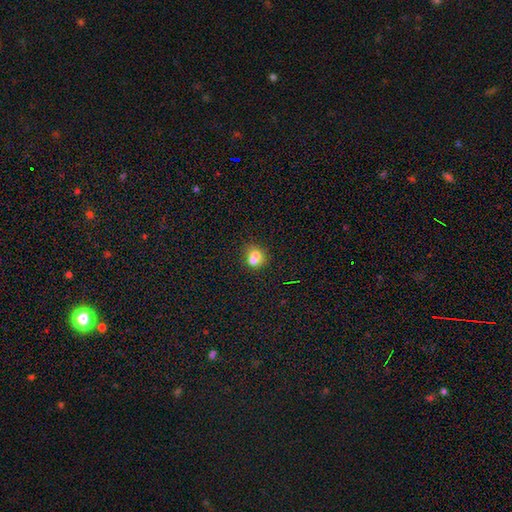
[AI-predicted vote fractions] smooth_or_featured: smooth (p=0.68) [alt: featured or disk p=0.19]
how_rounded: round (p=0.71) [alt: in between p=0.28]
merging: merger (p=0.54) [alt: none p=0.34]